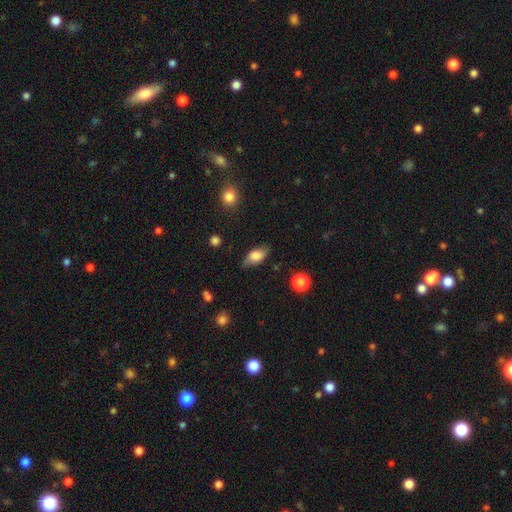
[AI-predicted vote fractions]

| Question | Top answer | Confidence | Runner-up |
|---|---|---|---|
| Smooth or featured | smooth | 73% | featured or disk (19%) |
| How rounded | in between | 86% | cigar-shaped (9%) |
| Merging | none | 77% | minor disturbance (17%) |